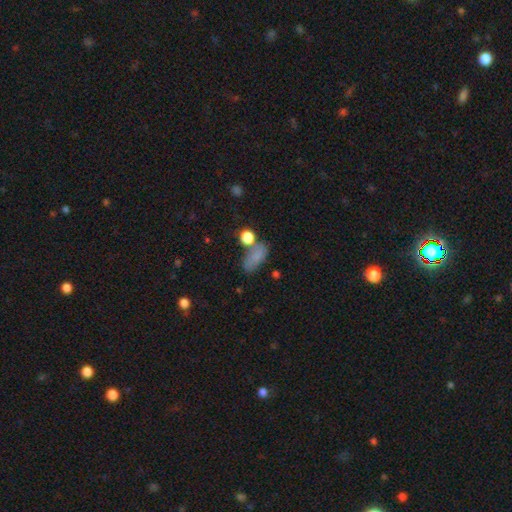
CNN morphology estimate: The model was most divided on "merging": none: 50%, minor disturbance: 22%, merger: 15%, major disturbance: 13%. More confident: how rounded — in between (81%); smooth or featured — smooth (73%).